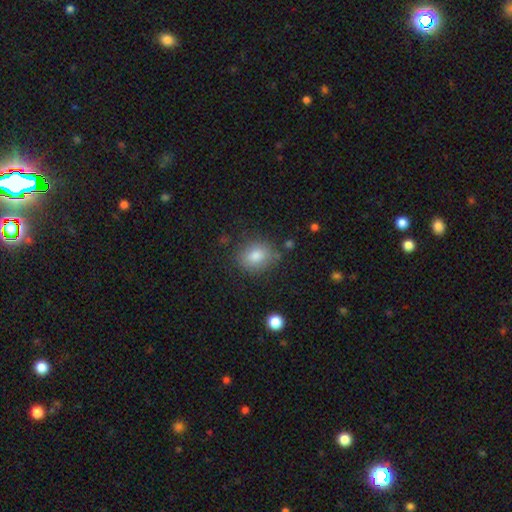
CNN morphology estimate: The model was most divided on "how rounded": round: 54%, in between: 45%, cigar-shaped: 1%. More confident: smooth or featured — smooth (81%); merging — none (80%).